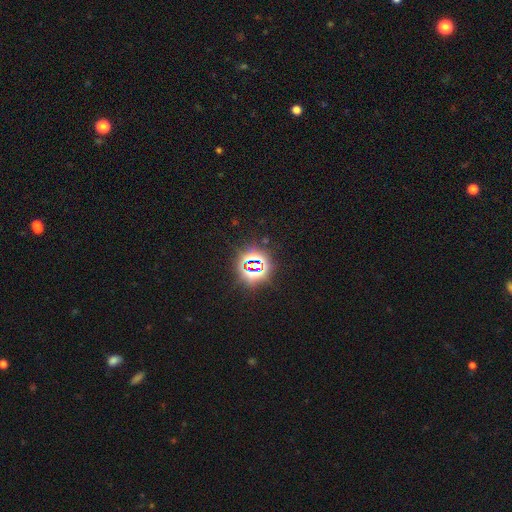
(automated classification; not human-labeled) Smooth or featured?
  - star or artifact: 79% *
  - smooth: 13%
  - featured or disk: 8%